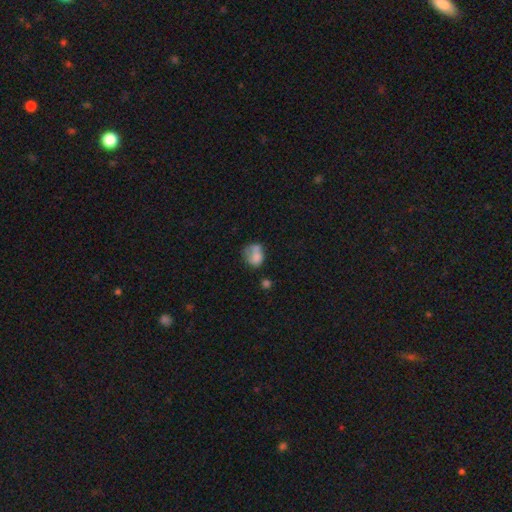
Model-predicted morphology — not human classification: type=smooth (68%); roundness=in between (55%); merging=none (30%).